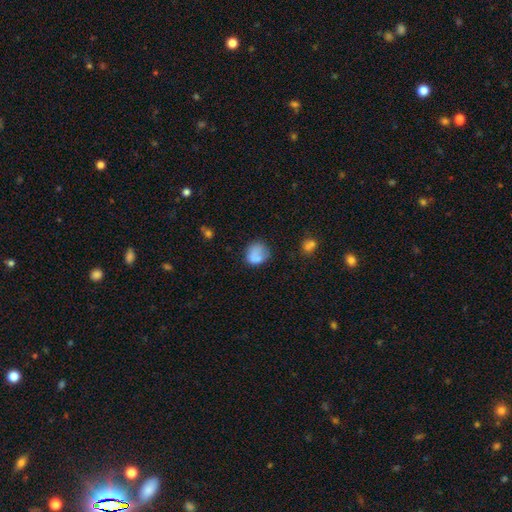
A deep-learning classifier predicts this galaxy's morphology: This appears to be a smooth galaxy with no disk features (79%) that is round (71%). Merging: none (56%).